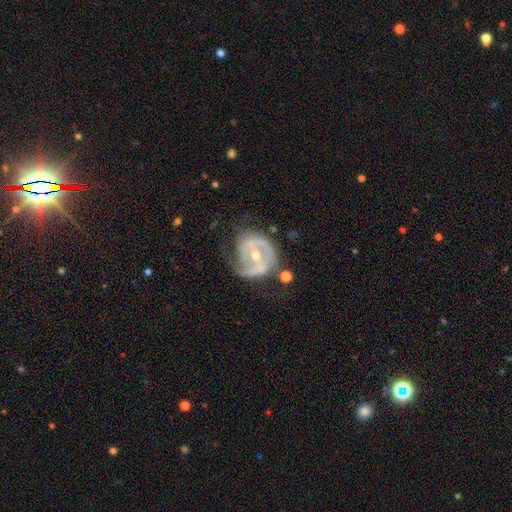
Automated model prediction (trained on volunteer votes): Q: Smooth or featured?
A: featured or disk (82%); runner-up: smooth (11%)
Q: Edge-on disk?
A: no (97%); runner-up: yes (3%)
Q: Bar?
A: weak (37%); runner-up: no (36%)
Q: Spiral arms?
A: yes (81%); runner-up: no (19%)
Q: Spiral winding?
A: tight (42%); runner-up: medium (39%)
Q: Spiral arm count?
A: 2 (54%); runner-up: can't tell (20%)
Q: Bulge size?
A: moderate (51%); runner-up: small (46%)
Q: Merging?
A: none (47%); runner-up: minor disturbance (27%)